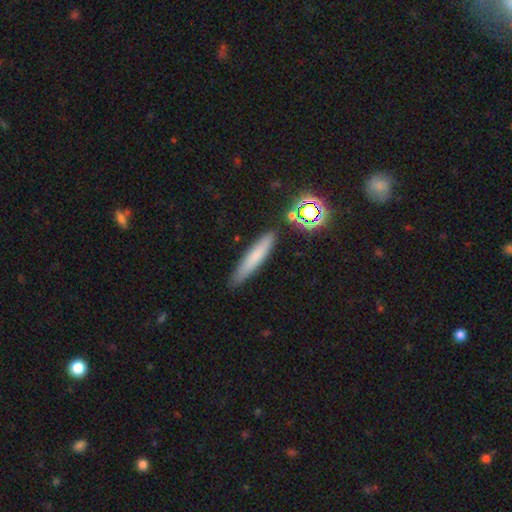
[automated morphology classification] smooth-or-featured: smooth: 70% | featured or disk: 18% | star or artifact: 12%
  how-rounded: cigar-shaped: 90% | in between: 8% | round: 2%
  merging: none: 85% | minor disturbance: 10% | merger: 3% | major disturbance: 2%